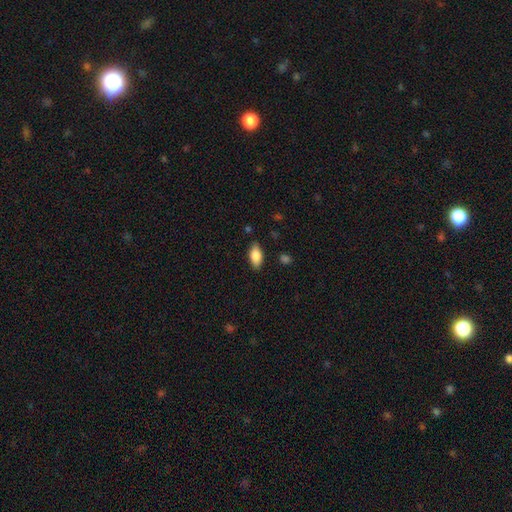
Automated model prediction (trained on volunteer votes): Smooth or featured? Predicted: smooth (p=0.81). How rounded? Predicted: in between (p=0.89). Merging? Predicted: none (p=0.84).